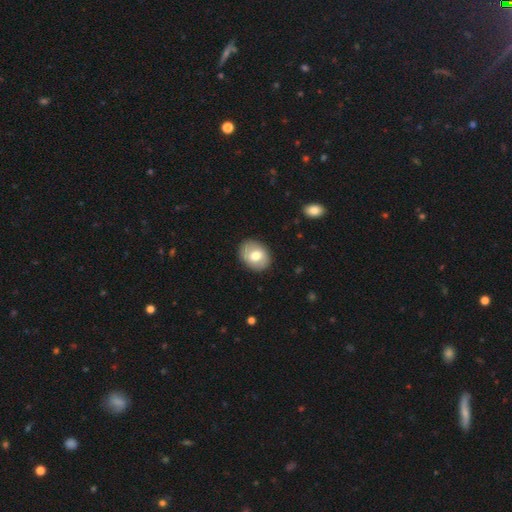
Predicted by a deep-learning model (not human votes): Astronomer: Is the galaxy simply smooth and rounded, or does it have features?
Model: smooth — 65%.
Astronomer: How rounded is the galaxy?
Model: in between — 57% (runner-up: round, 42%).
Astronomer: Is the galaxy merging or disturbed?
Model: none — 87%.